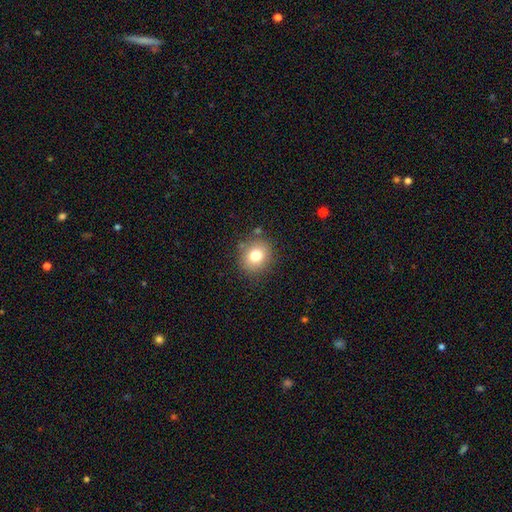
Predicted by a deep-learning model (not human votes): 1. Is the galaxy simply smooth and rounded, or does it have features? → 77% smooth, 12% star or artifact, 10% featured or disk.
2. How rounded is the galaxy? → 75% round, 24% in between, 1% cigar-shaped.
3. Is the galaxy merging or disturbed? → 84% none, 10% minor disturbance, 3% major disturbance, 3% merger.